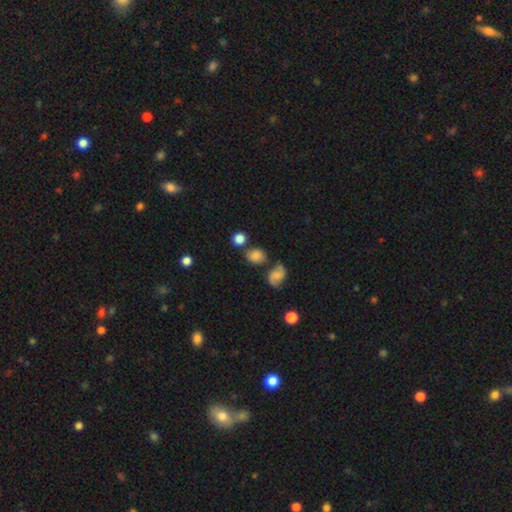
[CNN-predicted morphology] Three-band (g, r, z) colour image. It shows a smooth galaxy with no disk features (75%) that is round (69%). Merging: none (67%).